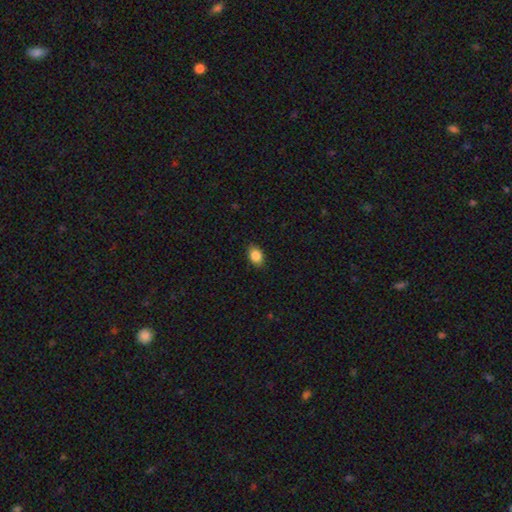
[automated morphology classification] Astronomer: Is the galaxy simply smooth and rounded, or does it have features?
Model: smooth — 86%.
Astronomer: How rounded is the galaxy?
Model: in between — 74%.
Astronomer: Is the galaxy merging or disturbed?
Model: none — 85%.